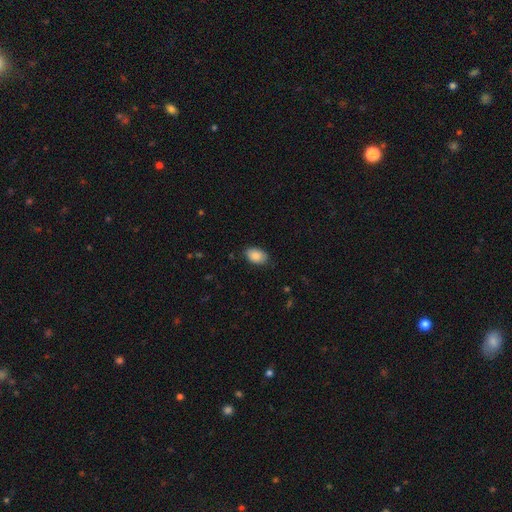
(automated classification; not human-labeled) Smooth or featured? Predicted: smooth (p=0.87). How rounded? Predicted: in between (p=0.90). Merging? Predicted: none (p=0.83).